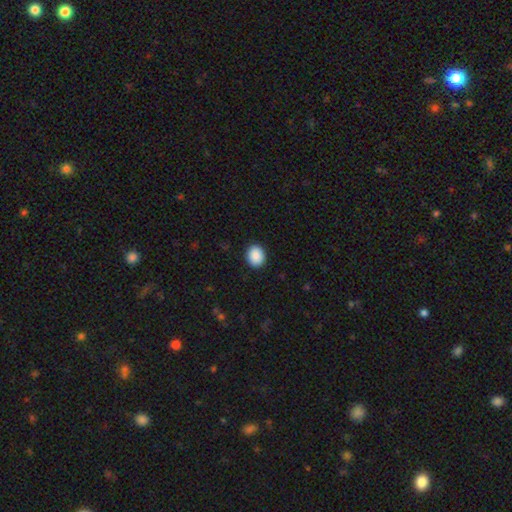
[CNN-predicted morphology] Smooth or featured? Predicted: smooth (p=0.90). How rounded? Predicted: round (p=0.60). Merging? Predicted: none (p=0.91).